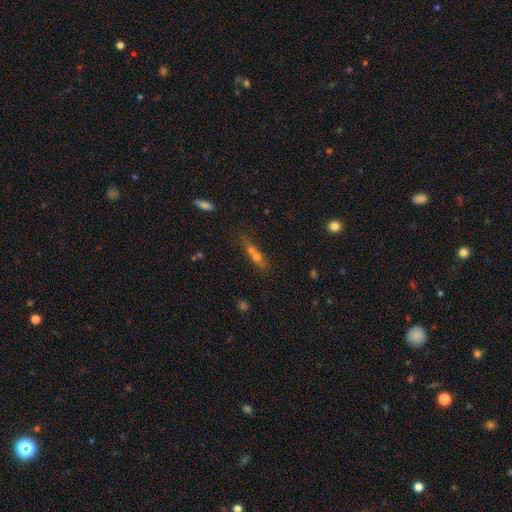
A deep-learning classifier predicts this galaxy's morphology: smooth-or-featured: smooth: 53% | featured or disk: 27% | star or artifact: 21%
  how-rounded: cigar-shaped: 40% | in between: 37% | round: 23%
  merging: merger: 51% | none: 34% | minor disturbance: 9% | major disturbance: 6%